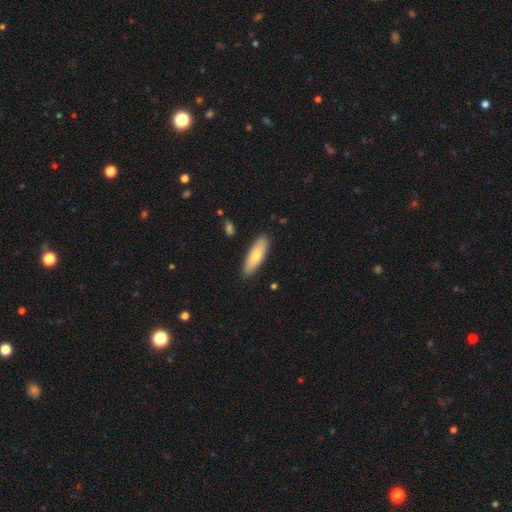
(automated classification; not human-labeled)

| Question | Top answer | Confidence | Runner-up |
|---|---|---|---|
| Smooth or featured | smooth | 76% | featured or disk (19%) |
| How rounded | cigar-shaped | 49% | tied: in between (49%) |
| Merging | none | 87% | minor disturbance (10%) |